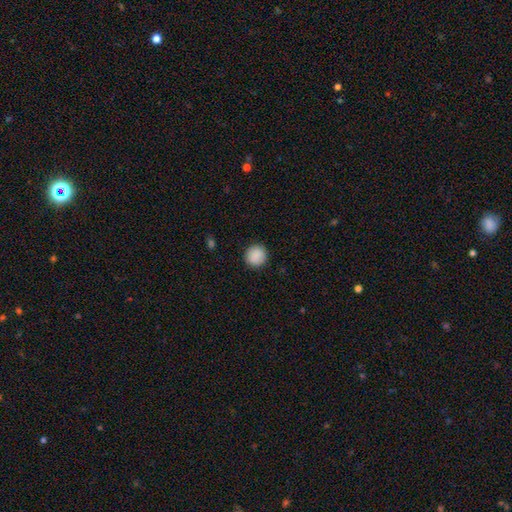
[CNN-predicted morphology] Smooth or featured?
  - smooth: 90% *
  - star or artifact: 7%
  - featured or disk: 3%
How rounded?
  - round: 93% *
  - in between: 6%
  - cigar-shaped: 1%
Merging?
  - none: 91% *
  - minor disturbance: 6%
  - major disturbance: 2%
  - merger: 1%